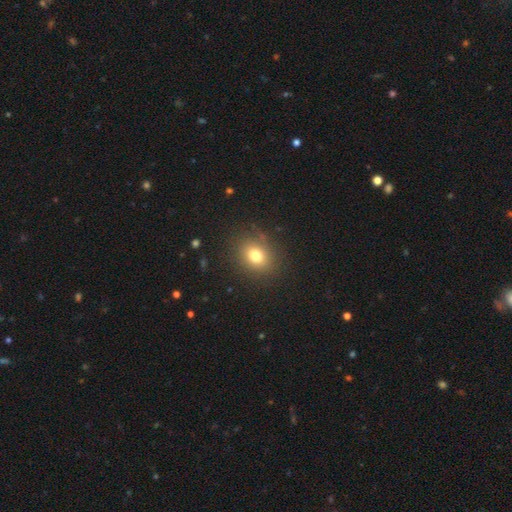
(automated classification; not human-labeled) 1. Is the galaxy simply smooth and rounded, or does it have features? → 78% smooth, 13% star or artifact, 9% featured or disk.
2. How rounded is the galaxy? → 54% round, 45% in between, 1% cigar-shaped.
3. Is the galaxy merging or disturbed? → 85% none, 10% minor disturbance, 4% major disturbance, 1% merger.